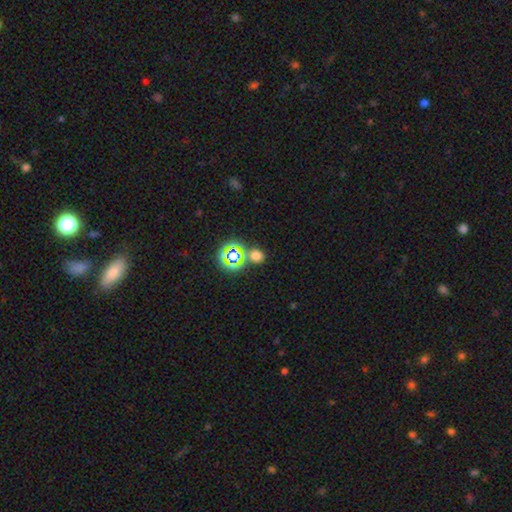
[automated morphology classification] smooth-or-featured: smooth: 60% | star or artifact: 32% | featured or disk: 8%
  how-rounded: round: 76% | in between: 23% | cigar-shaped: 1%
  merging: none: 68% | merger: 18% | minor disturbance: 10% | major disturbance: 5%